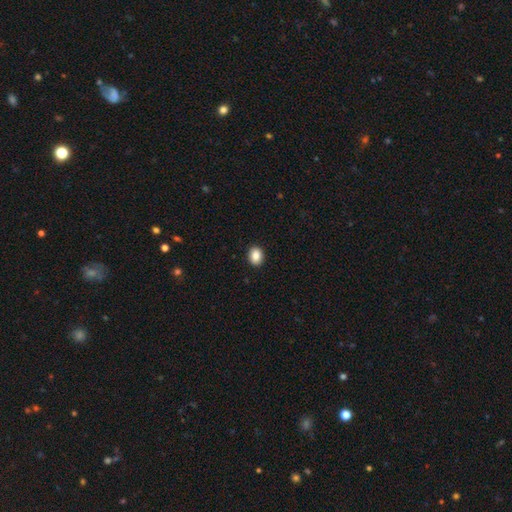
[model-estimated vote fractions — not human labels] A smooth galaxy with no disk features (87%) that is in between round and cigar-shaped (52%).

Vote fractions:
- Smooth or featured? smooth: 87% / star or artifact: 8% / featured or disk: 4%
- How rounded? in between: 52% / round: 47% / cigar-shaped: 1%
- Merging? none: 92% / minor disturbance: 6% / major disturbance: 2% / merger: 1%